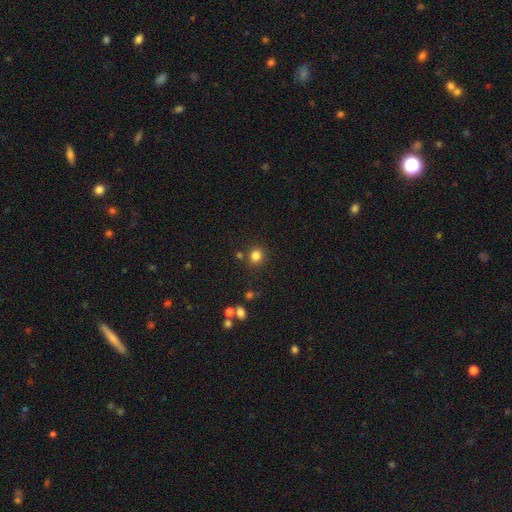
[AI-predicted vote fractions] A smooth galaxy with no disk features (82%) that is round (87%). Merging: none (83%).